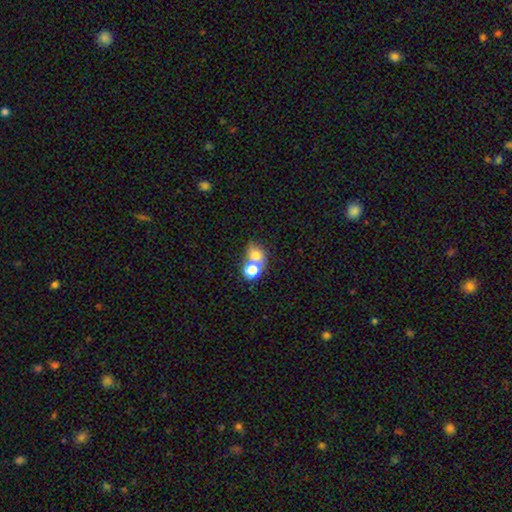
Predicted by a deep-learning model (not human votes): This is likely a smooth galaxy (72%). How rounded: likely round (66%). Merging: possibly merger (52%).